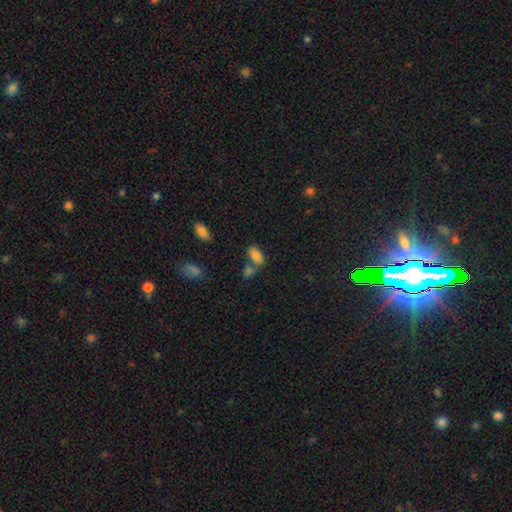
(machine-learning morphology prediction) The model was most divided on "merging": none: 43%, merger: 37%, minor disturbance: 14%, major disturbance: 6%. More confident: how rounded — in between (91%); smooth or featured — smooth (77%).